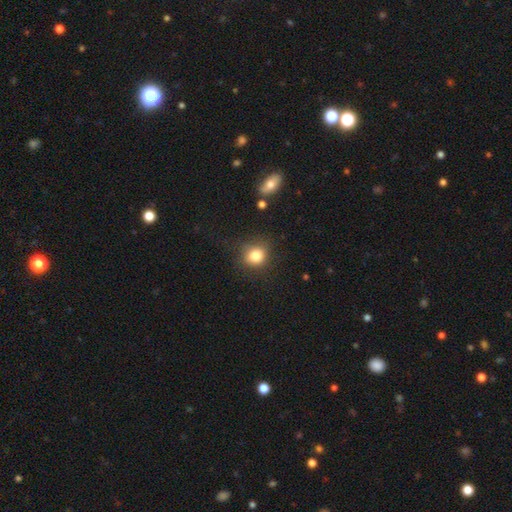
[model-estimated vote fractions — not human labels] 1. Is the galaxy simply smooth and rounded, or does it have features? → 83% smooth, 11% star or artifact, 6% featured or disk.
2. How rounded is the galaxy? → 77% round, 22% in between, 1% cigar-shaped.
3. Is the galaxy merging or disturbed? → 76% none, 16% minor disturbance, 5% major disturbance, 3% merger.